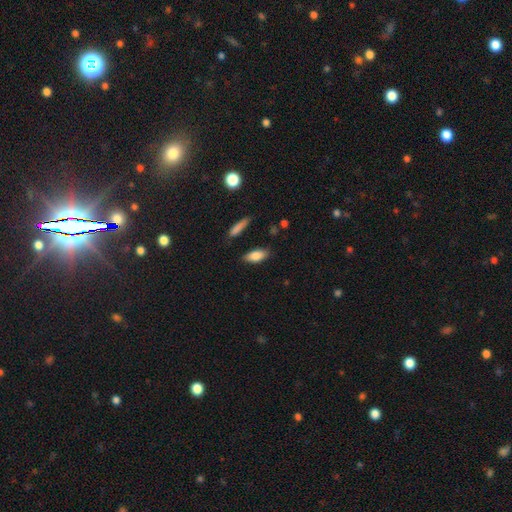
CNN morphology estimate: A smooth galaxy with no disk features (82%) that is in between round and cigar-shaped (80%). Merging: none (81%).